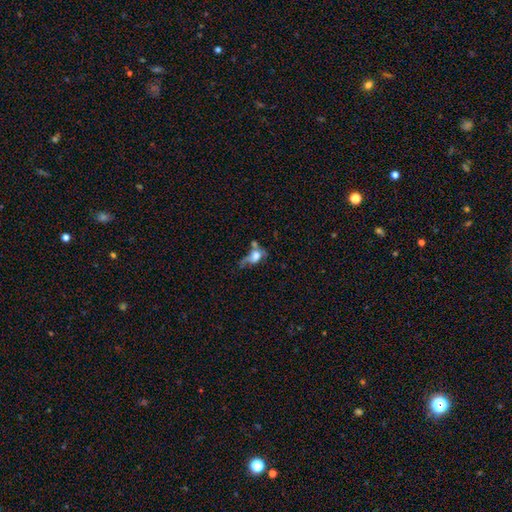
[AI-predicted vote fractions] Smooth or featured? Predicted: smooth (p=0.57). How rounded? Predicted: in between (p=0.67). Merging? Predicted: major disturbance (p=0.32).